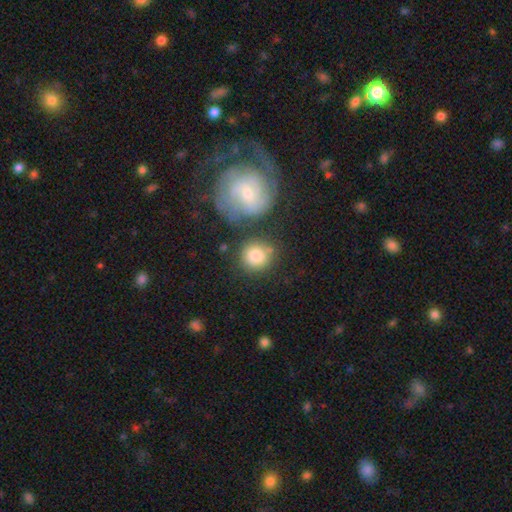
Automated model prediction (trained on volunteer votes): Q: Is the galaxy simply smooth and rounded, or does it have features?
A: smooth — 79%.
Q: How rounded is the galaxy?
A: round — 89%.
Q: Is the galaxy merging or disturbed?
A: none — 62%.